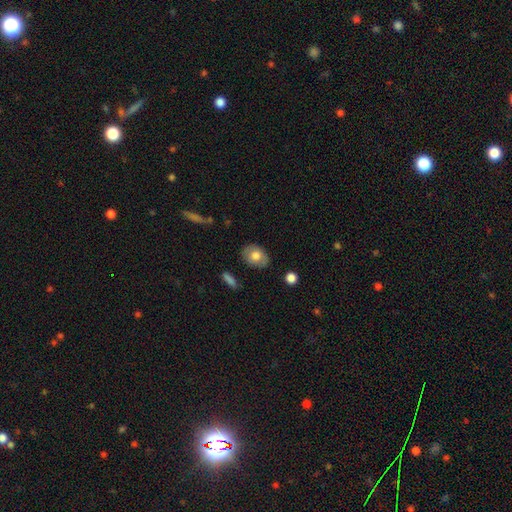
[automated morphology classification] Smooth or featured? Predicted: smooth (p=0.74). How rounded? Predicted: in between (p=0.70). Merging? Predicted: none (p=0.81).